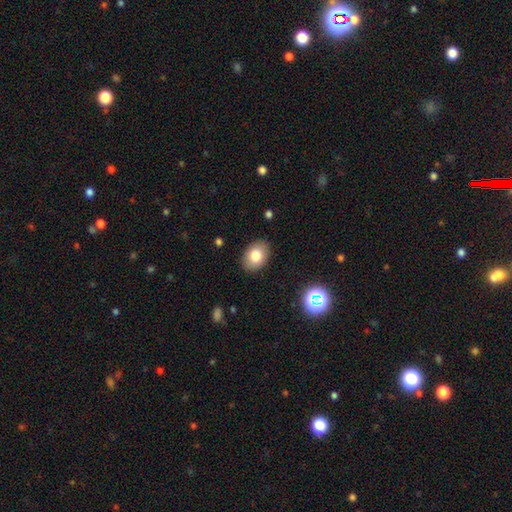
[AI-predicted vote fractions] smooth-or-featured: smooth: 80% | featured or disk: 11% | star or artifact: 9%
  how-rounded: in between: 78% | round: 21% | cigar-shaped: 1%
  merging: none: 88% | minor disturbance: 9% | major disturbance: 2% | merger: 1%